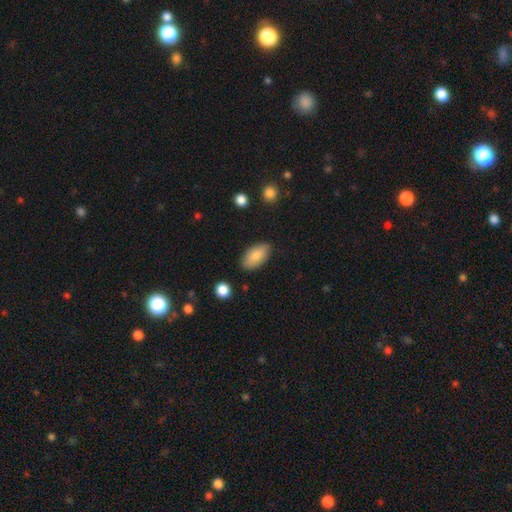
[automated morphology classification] type=smooth (83%); roundness=in between (93%); merging=none (83%).